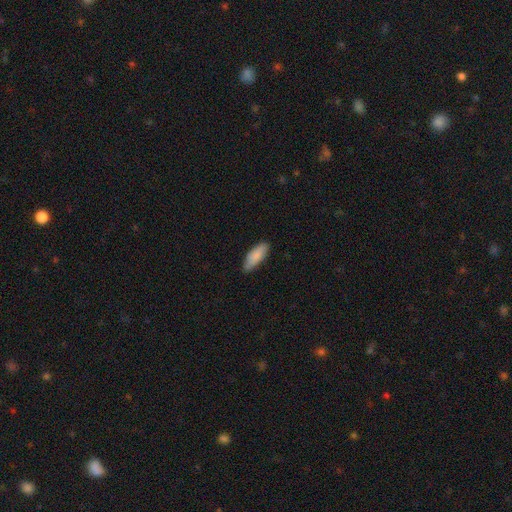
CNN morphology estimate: Smooth or featured? Predicted: smooth (p=0.85). How rounded? Predicted: in between (p=0.70). Merging? Predicted: none (p=0.79).